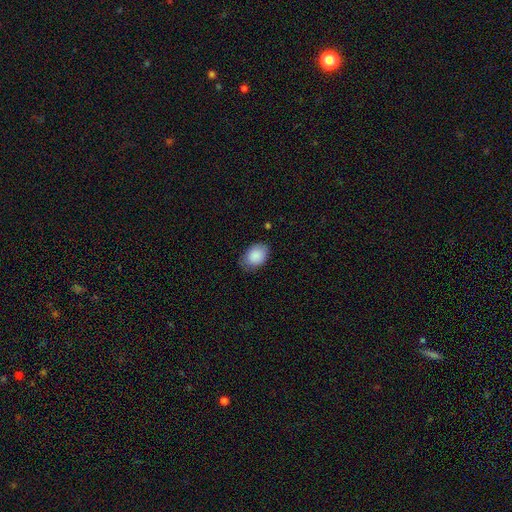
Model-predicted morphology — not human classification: Smooth or featured: smooth — 88% (star or artifact — 7%)
How rounded: in between — 80% (round — 19%)
Merging: none — 70% (minor disturbance — 25%)